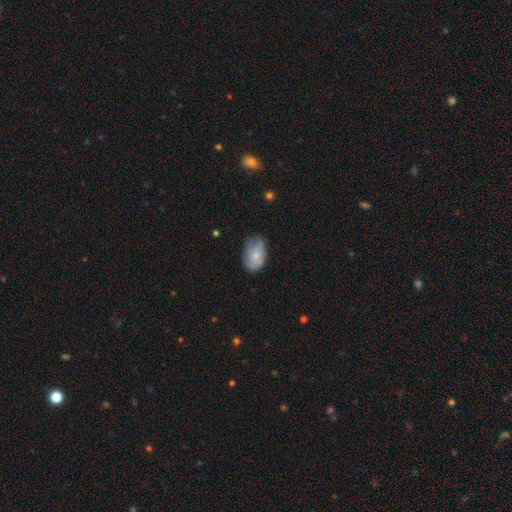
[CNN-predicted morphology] smooth-or-featured: smooth: 74% | featured or disk: 20% | star or artifact: 7%
  how-rounded: in between: 87% | round: 12% | cigar-shaped: 1%
  merging: none: 64% | minor disturbance: 28% | major disturbance: 6% | merger: 2%